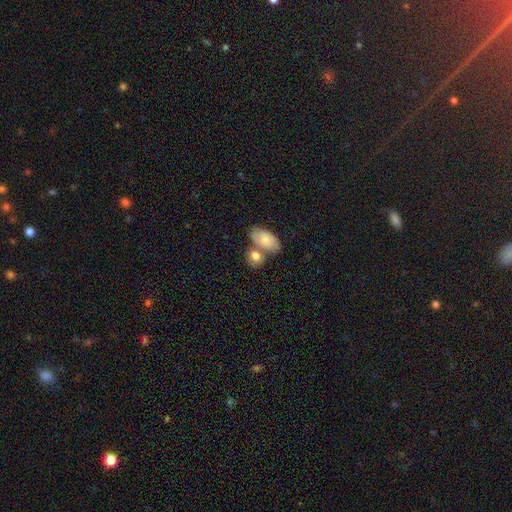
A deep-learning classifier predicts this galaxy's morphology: This is likely a smooth galaxy (73%). How rounded: possibly in between (59%). Merging: marginally merger (43%).